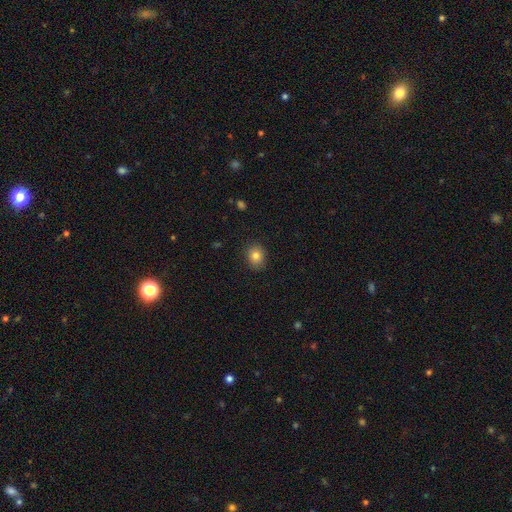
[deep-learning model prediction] This is clearly a smooth galaxy (81%). How rounded: likely round (65%). Merging: clearly none (89%).